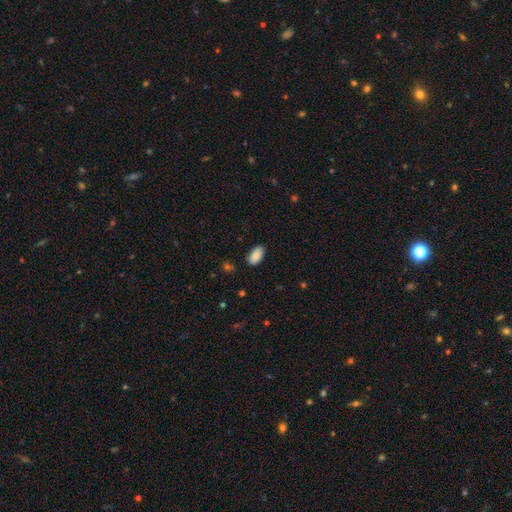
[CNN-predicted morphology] Overall: smooth (86%). How rounded: in between (95%). Merging: none (87%).